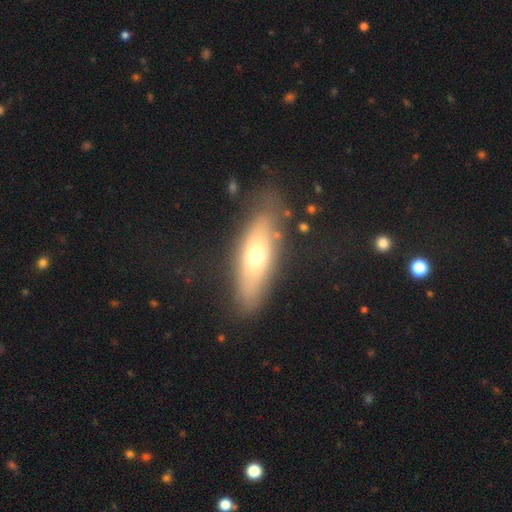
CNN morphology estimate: smooth 54%, featured or disk 39%, star or artifact 8%. Down the decision tree: how rounded — in between (52%); merging — none (76%).